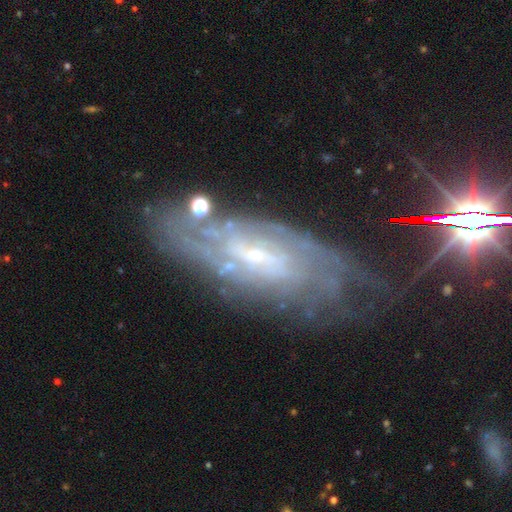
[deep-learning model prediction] A featured or disk galaxy (78%) with a weak bar (47%), tight (63%) spiral arms (88%) and a small central bulge (70%). Merging: none (65%).